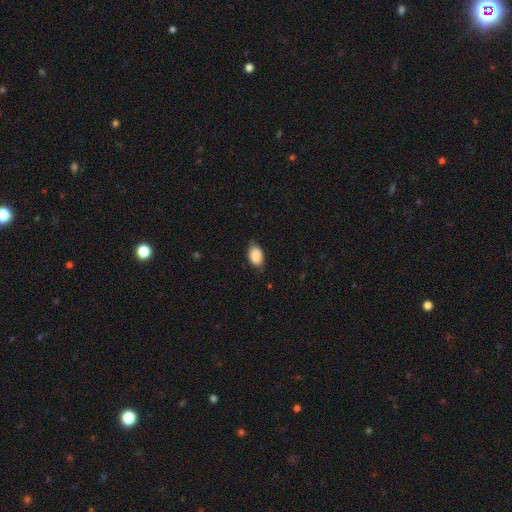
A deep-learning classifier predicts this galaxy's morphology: smooth 87%, star or artifact 7%, featured or disk 6%. Down the decision tree: how rounded — in between (90%); merging — none (74%).